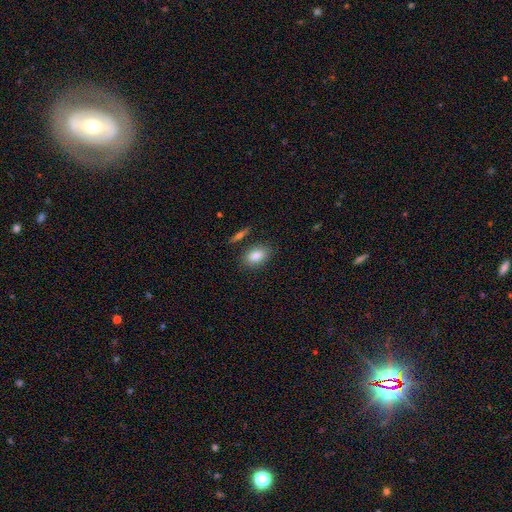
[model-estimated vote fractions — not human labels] Smooth or featured? smooth (84%)
How rounded? in between (85%)
Merging? none (81%)